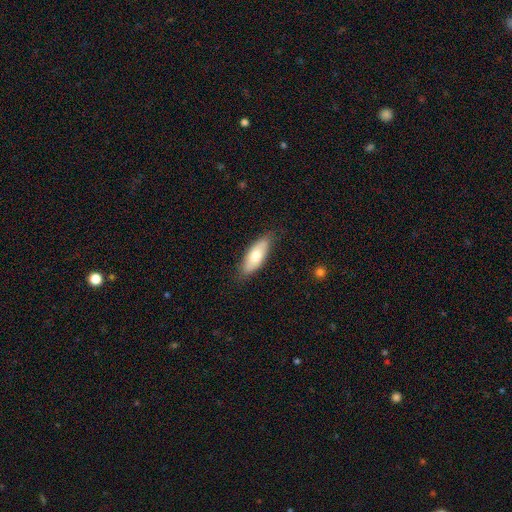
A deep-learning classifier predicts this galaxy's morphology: type=smooth (71%); roundness=in between (74%); merging=none (82%).